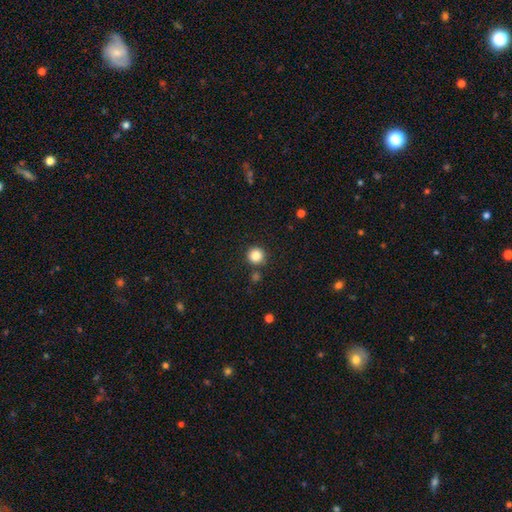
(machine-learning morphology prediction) Smooth or featured: smooth — 84% (star or artifact — 11%)
How rounded: round — 95% (in between — 4%)
Merging: none — 87% (minor disturbance — 6%)